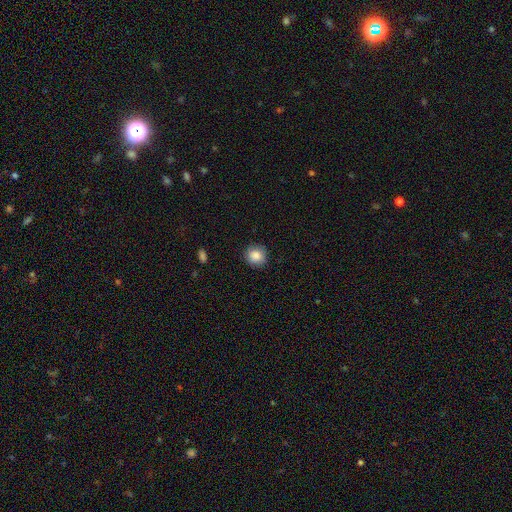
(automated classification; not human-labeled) A smooth galaxy with no disk features (86%) that is round (90%). Merging: none (86%).